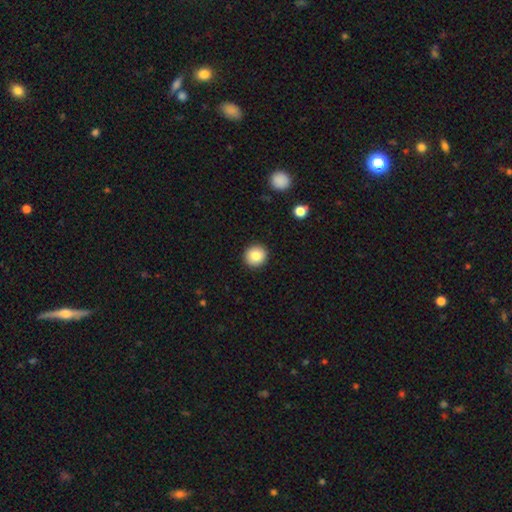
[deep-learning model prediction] smooth_or_featured: smooth (p=0.83) [alt: star or artifact p=0.09]
how_rounded: round (p=0.92) [alt: in between p=0.07]
merging: none (p=0.92) [alt: minor disturbance p=0.05]